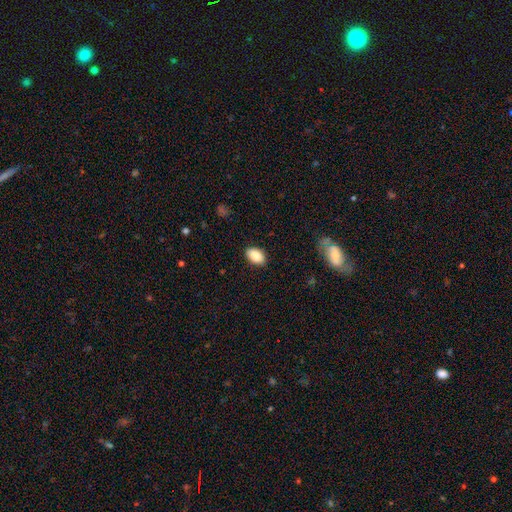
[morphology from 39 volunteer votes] Smooth or featured? smooth (90%)
How rounded? in between (94%)
Merging? none (92%)